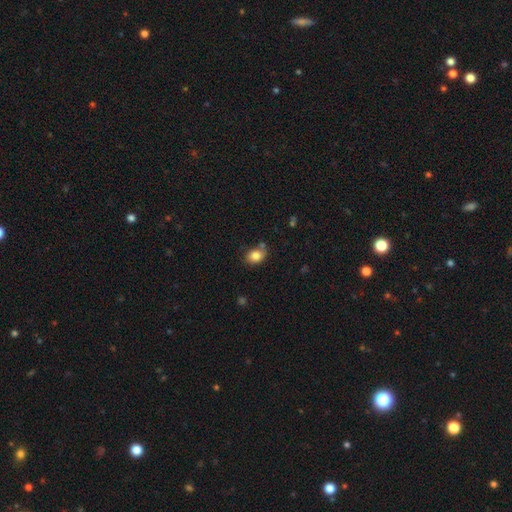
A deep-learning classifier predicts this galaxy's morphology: type=smooth (83%); roundness=in between (63%); merging=none (66%).